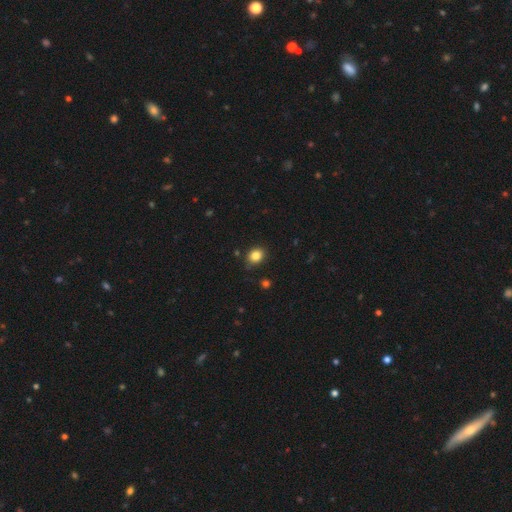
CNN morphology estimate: smooth 84%, star or artifact 11%, featured or disk 5%. Down the decision tree: how rounded — round (62%); merging — none (83%).